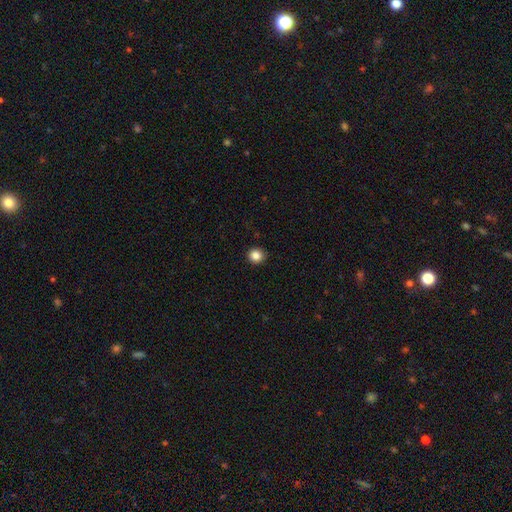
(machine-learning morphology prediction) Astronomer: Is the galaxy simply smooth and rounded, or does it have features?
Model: smooth — 85%.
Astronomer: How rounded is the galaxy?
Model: round — 93%.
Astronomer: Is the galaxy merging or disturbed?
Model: none — 93%.